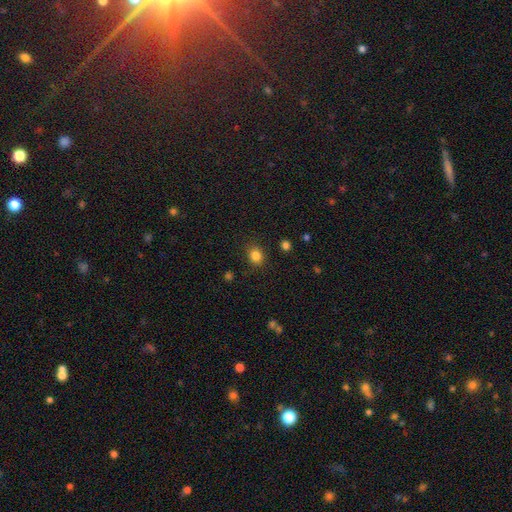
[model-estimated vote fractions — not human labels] Smooth or featured: smooth — 84% (star or artifact — 12%)
How rounded: round — 65% (in between — 35%)
Merging: none — 86% (minor disturbance — 10%)